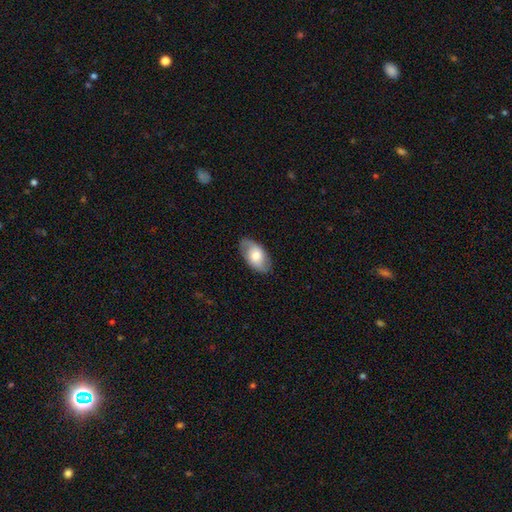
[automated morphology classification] type=smooth (53%); roundness=in between (93%); merging=none (82%).